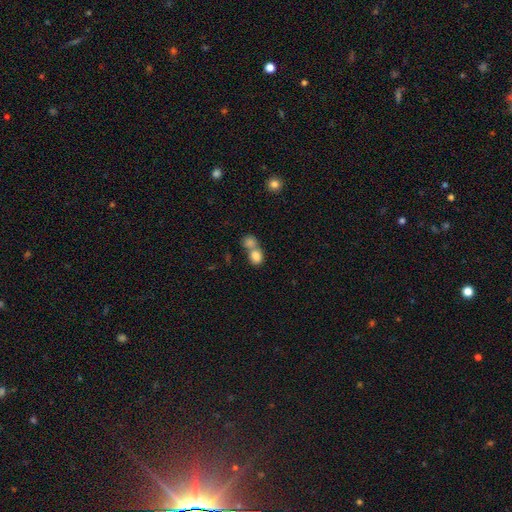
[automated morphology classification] smooth_or_featured: smooth (p=0.83) [alt: star or artifact p=0.09]
how_rounded: round (p=0.60) [alt: in between p=0.39]
merging: merger (p=0.61) [alt: none p=0.29]